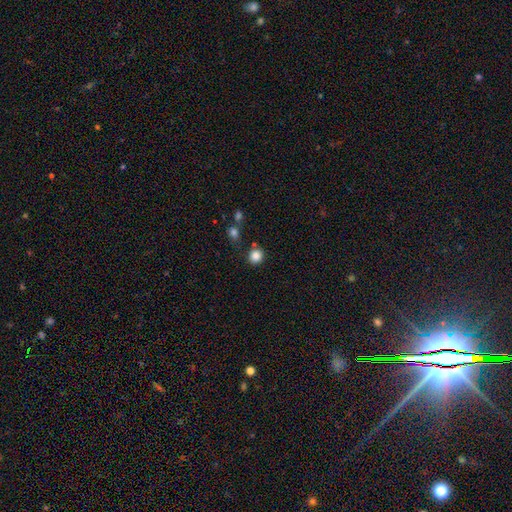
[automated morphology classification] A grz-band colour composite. It shows a smooth galaxy with no disk features (85%) that is round (90%). Merging: none (80%).